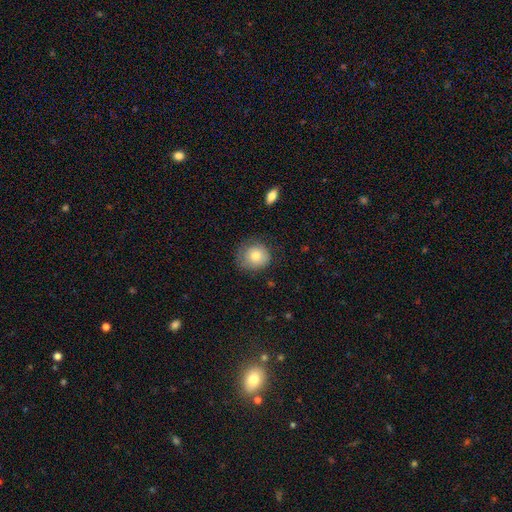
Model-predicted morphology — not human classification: This appears to be a smooth galaxy with no disk features (79%) that is round (83%). Merging: none (68%).